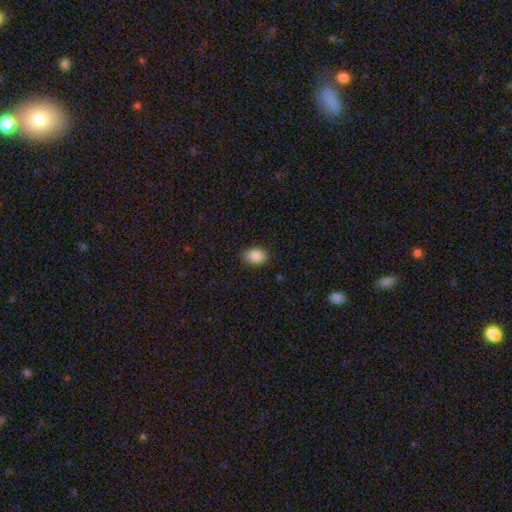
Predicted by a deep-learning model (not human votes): smooth 87%, star or artifact 8%, featured or disk 5%. Down the decision tree: how rounded — in between (80%); merging — none (86%).